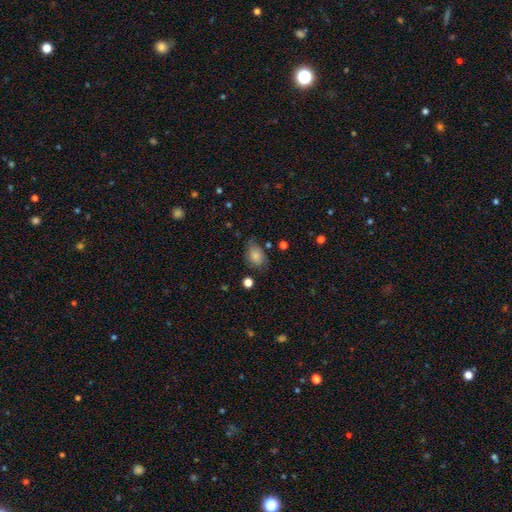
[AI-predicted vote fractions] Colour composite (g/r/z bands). It shows a smooth galaxy with no disk features (75%) that is in between round and cigar-shaped (74%). Merging: none (52%).